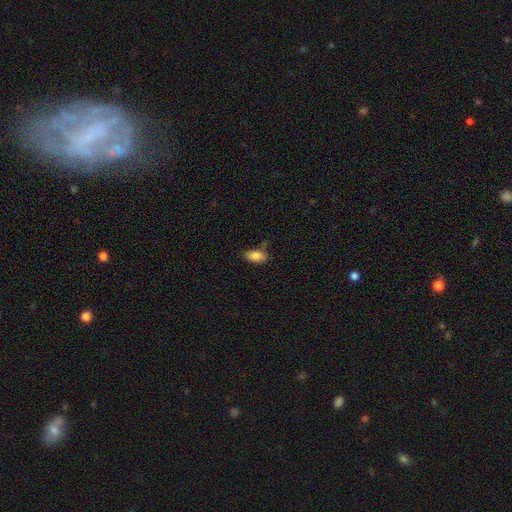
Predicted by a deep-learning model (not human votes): smooth_or_featured: smooth (p=0.86) [alt: star or artifact p=0.08]
how_rounded: in between (p=0.91) [alt: round p=0.05]
merging: none (p=0.69) [alt: minor disturbance p=0.22]